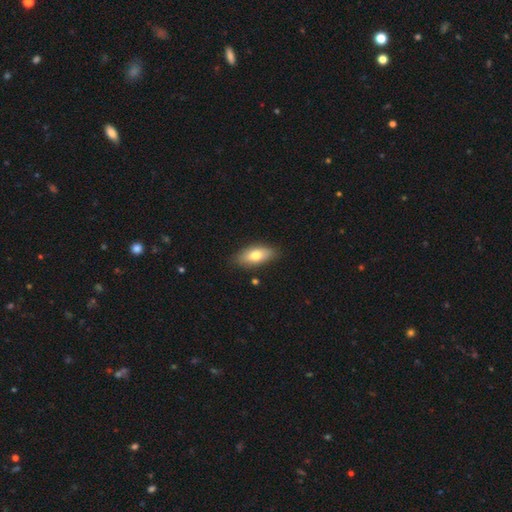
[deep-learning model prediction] Smooth or featured: smooth — 73% (featured or disk — 20%)
How rounded: in between — 85% (cigar-shaped — 10%)
Merging: none — 83% (minor disturbance — 13%)